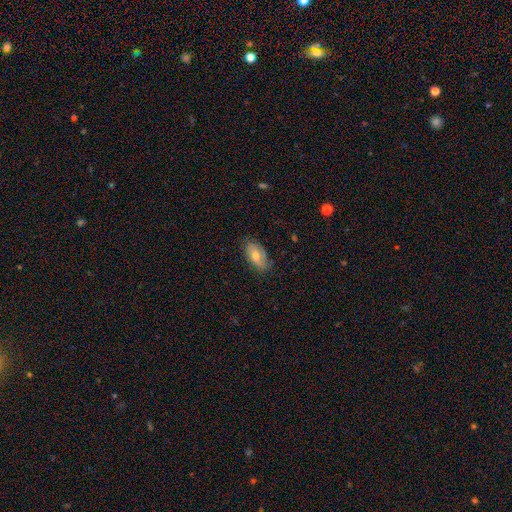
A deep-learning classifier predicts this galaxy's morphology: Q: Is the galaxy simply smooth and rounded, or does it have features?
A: smooth — 53%.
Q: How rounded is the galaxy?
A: in between — 91%.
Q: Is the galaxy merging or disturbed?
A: none — 77%.